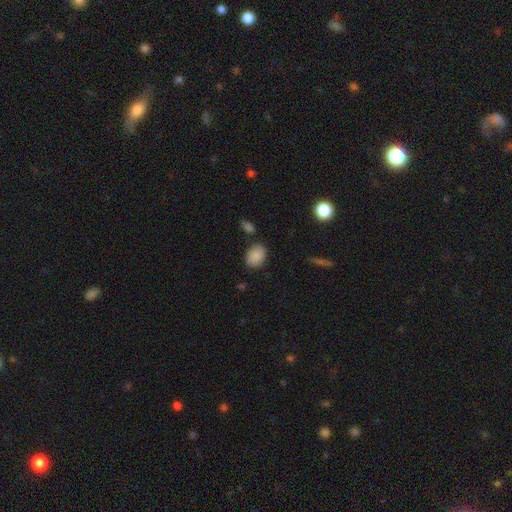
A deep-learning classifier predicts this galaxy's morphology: type=smooth (87%); roundness=in between (67%); merging=none (77%).